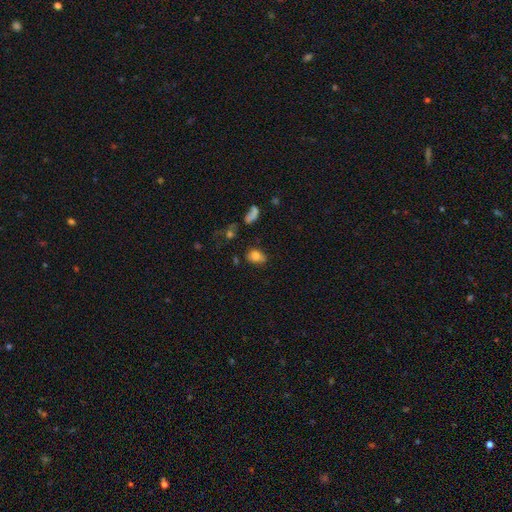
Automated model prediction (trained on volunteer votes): Smooth or featured?
  - smooth: 77% *
  - featured or disk: 12%
  - star or artifact: 11%
How rounded?
  - in between: 78% *
  - round: 20%
  - cigar-shaped: 2%
Merging?
  - none: 68% *
  - minor disturbance: 21%
  - major disturbance: 6%
  - merger: 4%